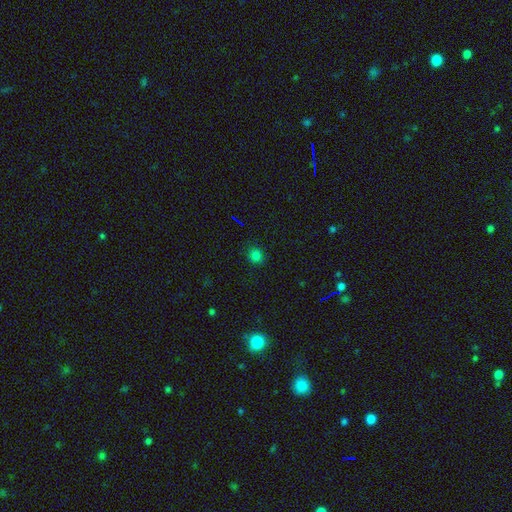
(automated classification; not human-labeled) Overall: smooth (78%). How rounded: round (86%). Merging: none (88%).